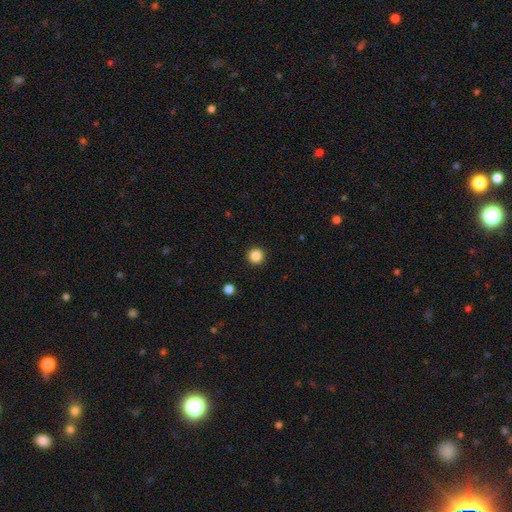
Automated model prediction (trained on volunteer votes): A smooth galaxy with no disk features (86%) that is round (96%). Merging: none (93%).